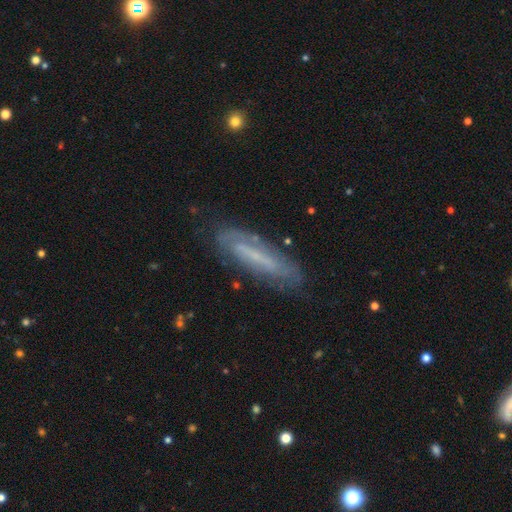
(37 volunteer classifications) This is clearly a featured or disk galaxy (81%). It is likely not viewed edge-on (77%). Bar: likely strong (70%). Spiral arm pattern: likely yes (74%). Spiral arm count: marginally can't tell (41%). Spiral winding: possibly tight (53%). Central bulge: likely small (61%). Merging: likely none (72%).